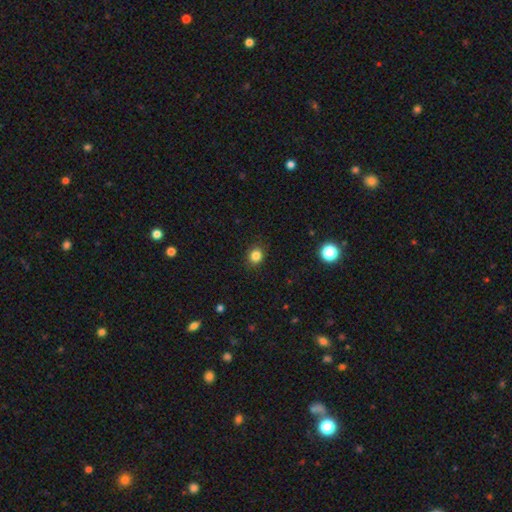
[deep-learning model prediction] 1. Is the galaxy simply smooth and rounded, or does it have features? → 83% smooth, 12% star or artifact, 4% featured or disk.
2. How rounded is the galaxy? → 77% round, 22% in between, 1% cigar-shaped.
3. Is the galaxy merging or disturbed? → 89% none, 8% minor disturbance, 2% major disturbance, 1% merger.